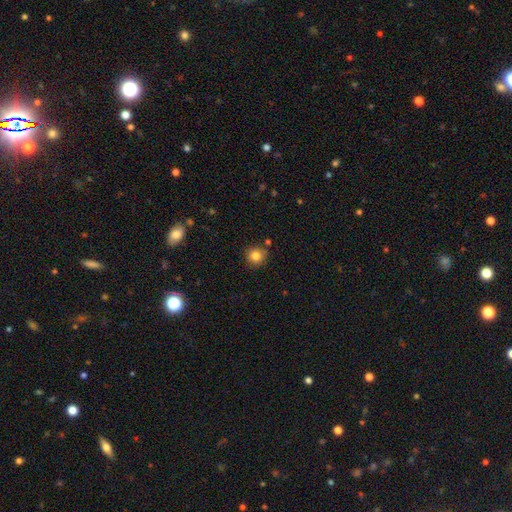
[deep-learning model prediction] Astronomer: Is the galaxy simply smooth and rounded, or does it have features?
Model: smooth — 82%.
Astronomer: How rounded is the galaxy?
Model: round — 90%.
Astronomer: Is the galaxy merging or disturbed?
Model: none — 83%.